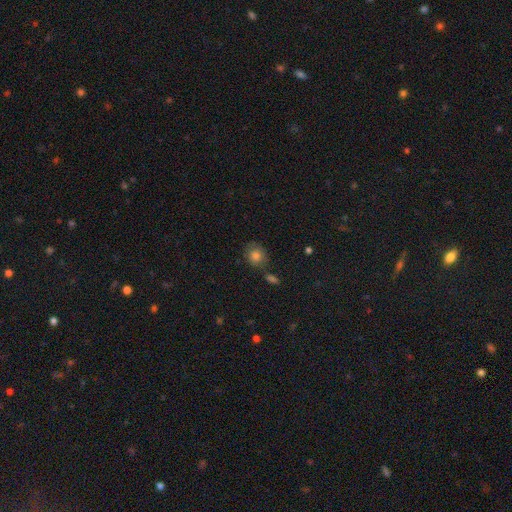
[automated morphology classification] A smooth galaxy with no disk features (81%) that is round (73%).

Vote fractions:
- Smooth or featured? smooth: 81% / star or artifact: 10% / featured or disk: 8%
- How rounded? round: 73% / in between: 26% / cigar-shaped: 1%
- Merging? none: 70% / minor disturbance: 18% / merger: 7% / major disturbance: 5%